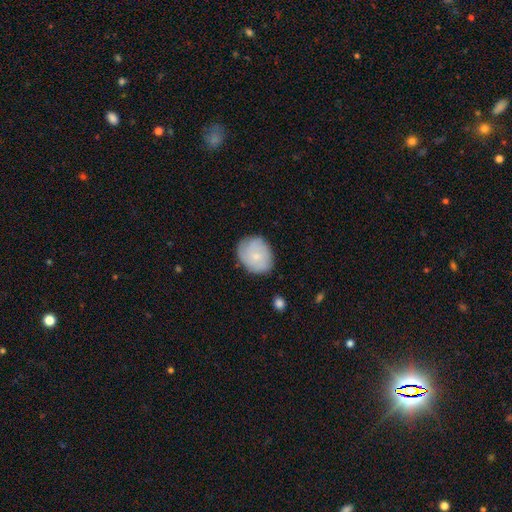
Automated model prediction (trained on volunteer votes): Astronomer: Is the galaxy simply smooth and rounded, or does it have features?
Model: smooth — 56% (runner-up: featured or disk, 37%).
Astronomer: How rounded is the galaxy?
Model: round — 55% (runner-up: in between, 44%).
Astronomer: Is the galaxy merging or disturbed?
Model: none — 75%.